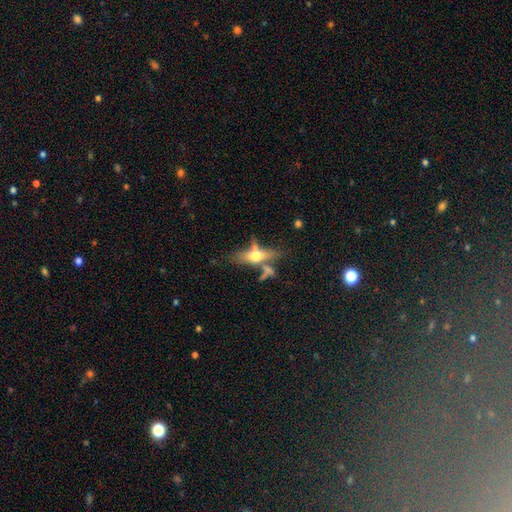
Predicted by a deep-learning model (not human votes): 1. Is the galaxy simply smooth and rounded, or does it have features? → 48% featured or disk, 43% smooth, 9% star or artifact.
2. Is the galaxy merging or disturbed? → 44% none, 27% merger, 16% minor disturbance, 13% major disturbance.